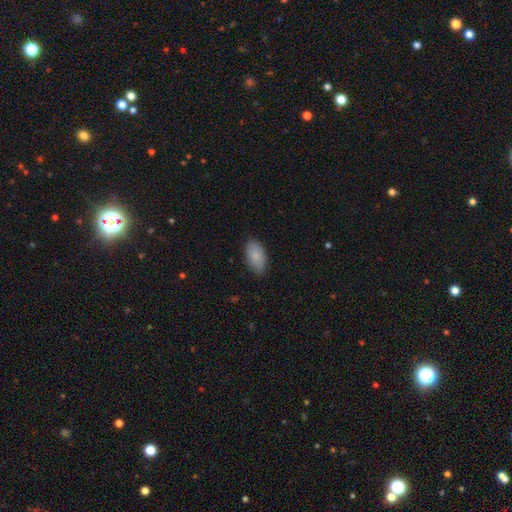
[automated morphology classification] smooth_or_featured: smooth (p=0.84) [alt: featured or disk p=0.10]
how_rounded: in between (p=0.94) [alt: round p=0.04]
merging: none (p=0.83) [alt: minor disturbance p=0.13]